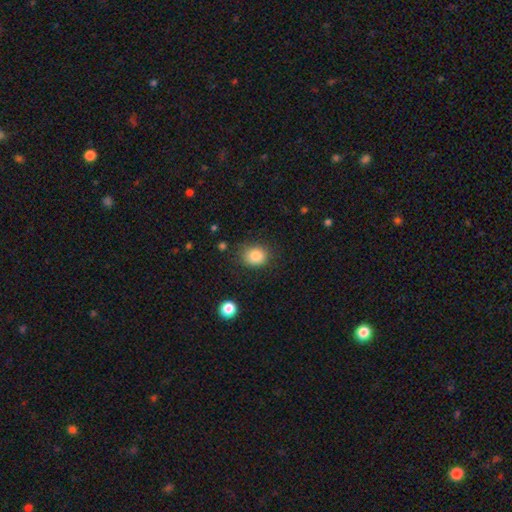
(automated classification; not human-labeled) A smooth galaxy with no disk features (85%) that is round (65%). Merging: none (78%).